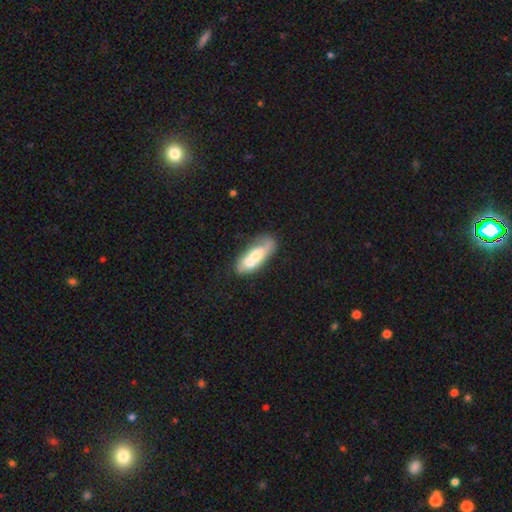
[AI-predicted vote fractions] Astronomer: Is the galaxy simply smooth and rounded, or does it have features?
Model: smooth — 54% (runner-up: featured or disk, 39%).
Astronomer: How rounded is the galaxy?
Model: in between — 71%.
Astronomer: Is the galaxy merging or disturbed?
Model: merger — 56%.